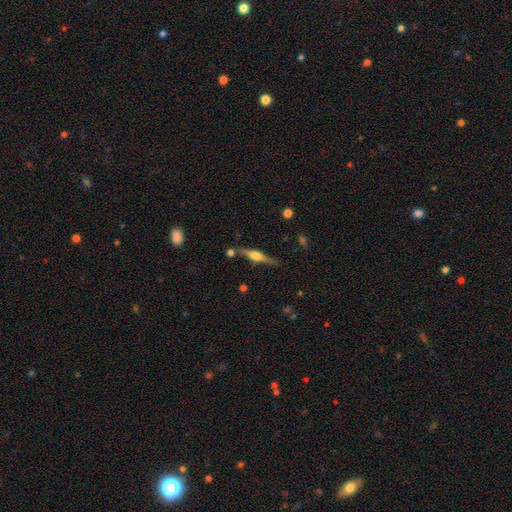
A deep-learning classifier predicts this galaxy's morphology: smooth-or-featured: featured or disk: 71% | smooth: 23% | star or artifact: 6%
  disk-edge-on: yes: 97% | no: 3%
    edge-on-bulge: rounded: 88% | boxy: 9% | none: 3%
  merging: none: 79% | minor disturbance: 12% | merger: 6% | major disturbance: 3%